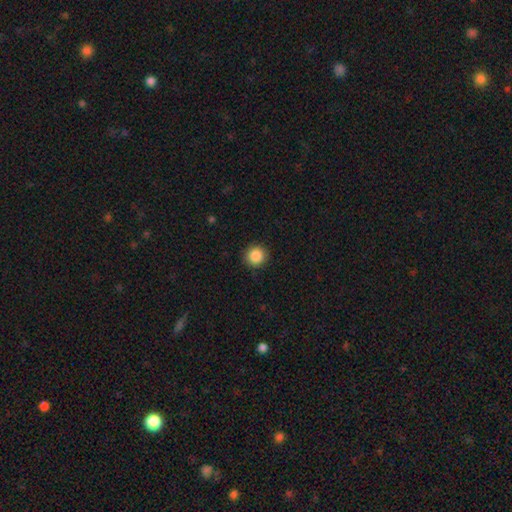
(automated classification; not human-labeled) Smooth or featured? smooth (87%)
How rounded? round (93%)
Merging? none (91%)